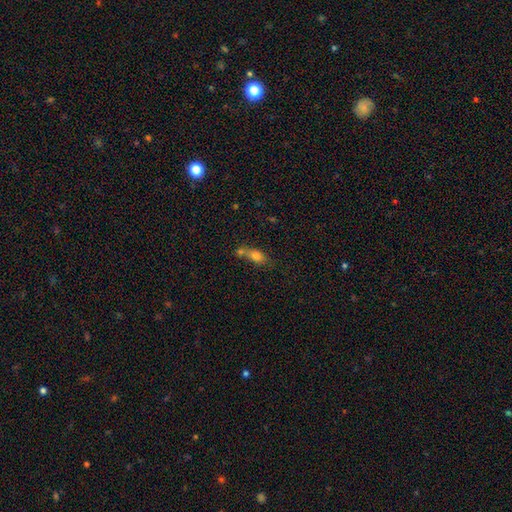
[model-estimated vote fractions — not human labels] The model was most divided on "merging": merger: 53%, none: 30%, minor disturbance: 12%, major disturbance: 6%. More confident: smooth or featured — smooth (76%); how rounded — in between (73%).